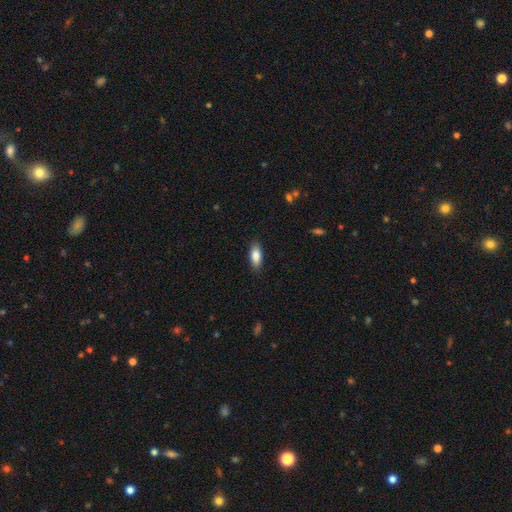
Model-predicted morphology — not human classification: This is clearly a smooth galaxy (86%). How rounded: clearly in between (81%). Merging: clearly none (87%).